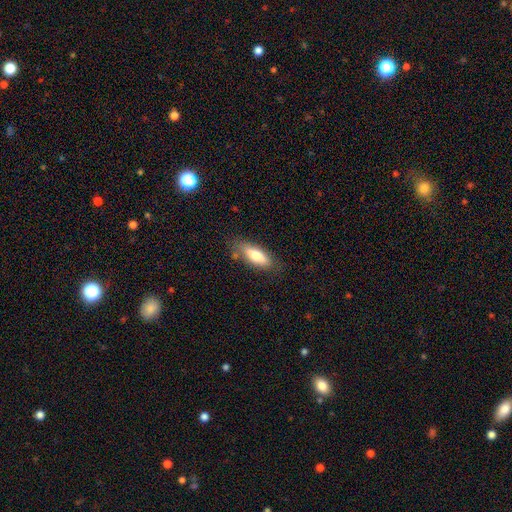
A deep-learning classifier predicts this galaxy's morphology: Smooth or featured?
  - smooth: 73% *
  - featured or disk: 21%
  - star or artifact: 7%
How rounded?
  - in between: 67% *
  - cigar-shaped: 30%
  - round: 2%
Merging?
  - none: 76% *
  - minor disturbance: 17%
  - major disturbance: 4%
  - merger: 3%